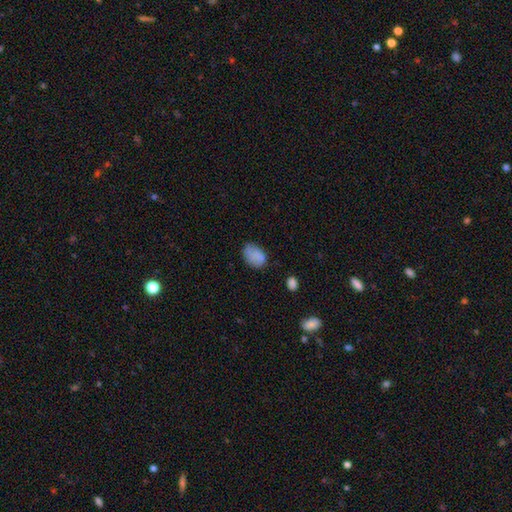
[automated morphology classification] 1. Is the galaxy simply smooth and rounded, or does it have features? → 82% smooth, 10% star or artifact, 8% featured or disk.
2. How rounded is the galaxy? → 85% in between, 13% round, 1% cigar-shaped.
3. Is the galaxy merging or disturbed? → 62% none, 26% minor disturbance, 8% major disturbance, 4% merger.